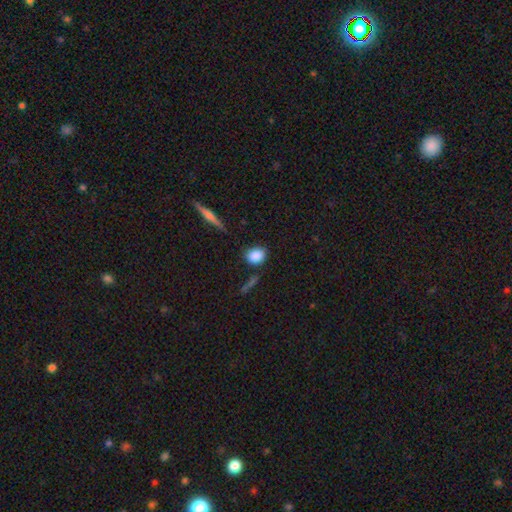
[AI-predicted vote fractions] smooth-or-featured: smooth: 86% | star or artifact: 8% | featured or disk: 6%
  how-rounded: round: 57% | in between: 40% | cigar-shaped: 3%
  merging: none: 79% | minor disturbance: 13% | merger: 5% | major disturbance: 4%